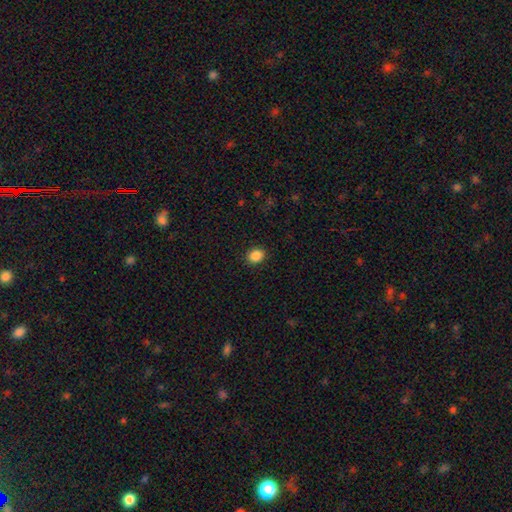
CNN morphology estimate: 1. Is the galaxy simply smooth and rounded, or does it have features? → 87% smooth, 10% star or artifact, 3% featured or disk.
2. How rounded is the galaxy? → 63% round, 36% in between, 1% cigar-shaped.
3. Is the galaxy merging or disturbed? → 91% none, 6% minor disturbance, 2% major disturbance, 1% merger.